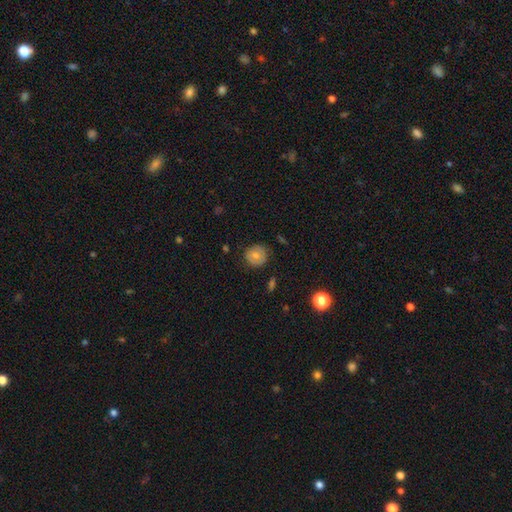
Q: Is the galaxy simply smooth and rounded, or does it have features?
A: smooth — 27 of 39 (69%).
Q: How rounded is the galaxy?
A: round — 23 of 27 (85%).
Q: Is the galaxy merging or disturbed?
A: none — 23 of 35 (66%).